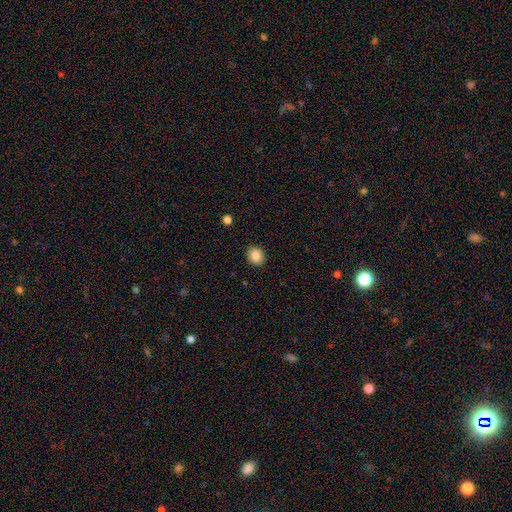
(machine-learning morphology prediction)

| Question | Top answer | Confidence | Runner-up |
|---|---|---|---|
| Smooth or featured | smooth | 87% | star or artifact (9%) |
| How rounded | round | 60% | in between (39%) |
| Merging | none | 90% | minor disturbance (7%) |